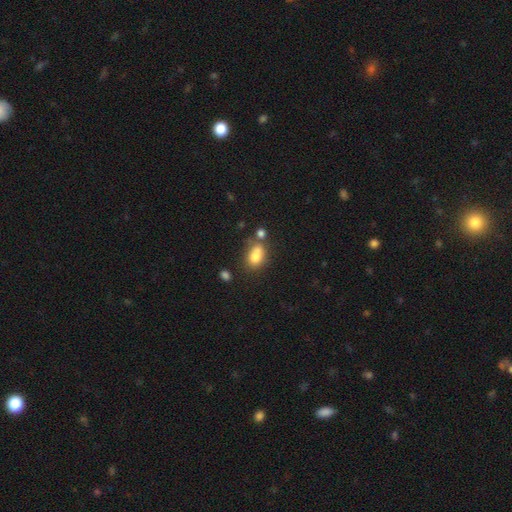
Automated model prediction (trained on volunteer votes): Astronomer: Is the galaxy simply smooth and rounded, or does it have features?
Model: smooth — 78%.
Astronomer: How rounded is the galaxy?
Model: in between — 79%.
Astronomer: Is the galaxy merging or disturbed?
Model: none — 45% (runner-up: merger, 30%).